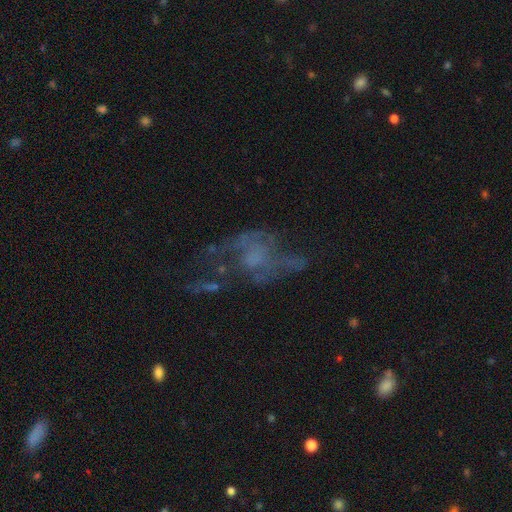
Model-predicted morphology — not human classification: Smooth or featured?
  - featured or disk: 61% *
  - smooth: 21%
  - star or artifact: 19%
Edge-on disk?
  - no: 95% *
  - yes: 5%
Bar?
  - no: 81% *
  - weak: 15%
  - strong: 4%
Spiral arms?
  - no: 61% *
  - yes: 39%
Bulge size?
  - none: 56% *
  - small: 20%
  - moderate: 16%
  - large: 6%
  - dominant: 2%
Merging?
  - major disturbance: 43% *
  - none: 35%
  - minor disturbance: 16%
  - merger: 7%